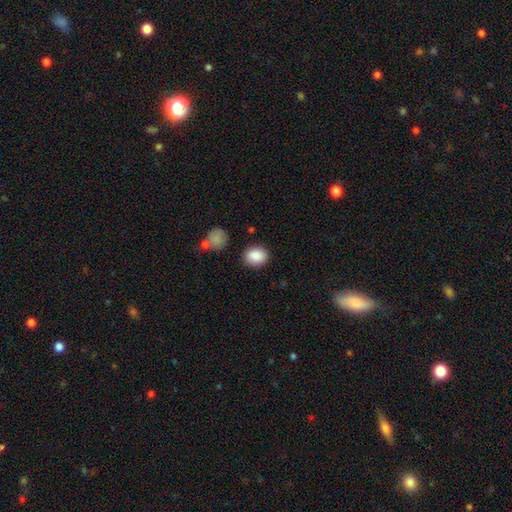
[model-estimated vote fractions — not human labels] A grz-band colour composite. It shows a smooth galaxy with no disk features (88%) that is round (53%). Merging: none (85%).